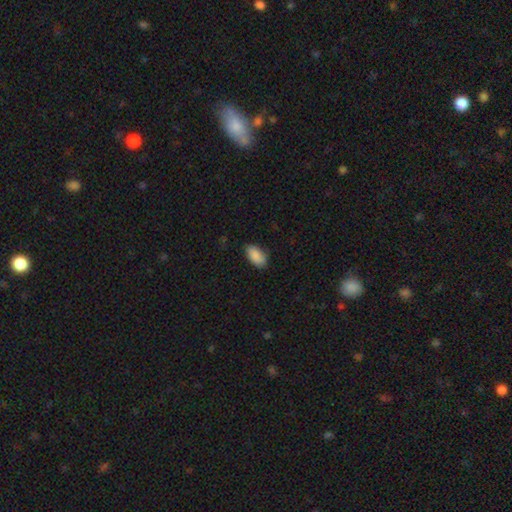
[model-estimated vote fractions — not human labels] smooth 89%, star or artifact 7%, featured or disk 4%. Down the decision tree: how rounded — in between (94%); merging — none (81%).